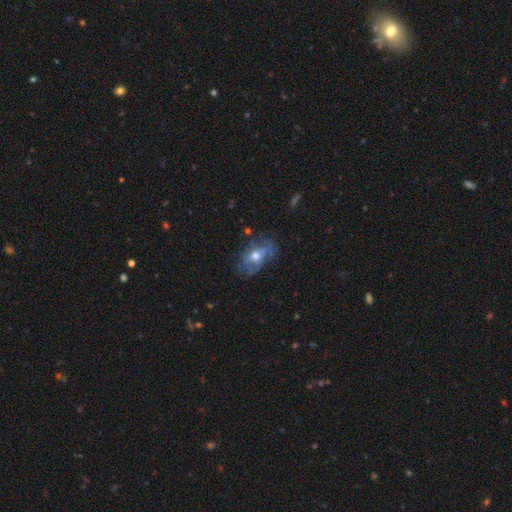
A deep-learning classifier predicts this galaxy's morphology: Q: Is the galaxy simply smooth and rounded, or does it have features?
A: featured or disk — 58%.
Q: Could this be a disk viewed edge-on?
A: no — 92%.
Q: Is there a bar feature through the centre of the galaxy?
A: no — 75%.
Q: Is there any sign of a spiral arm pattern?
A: no — 51%.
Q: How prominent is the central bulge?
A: moderate — 71%.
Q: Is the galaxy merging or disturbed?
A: none — 56%.